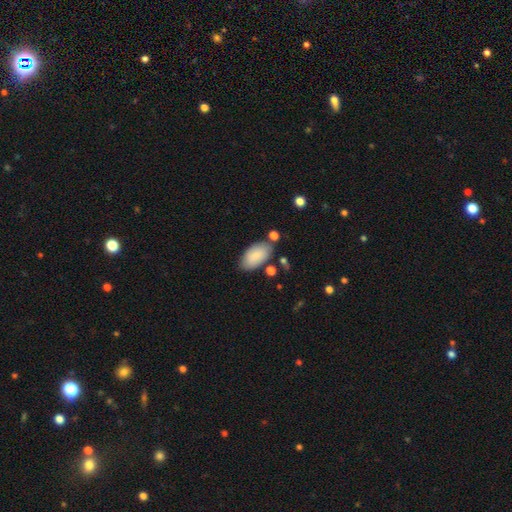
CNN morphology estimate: Smooth or featured: smooth — 84% (featured or disk — 10%)
How rounded: in between — 95% (cigar-shaped — 3%)
Merging: none — 74% (minor disturbance — 16%)